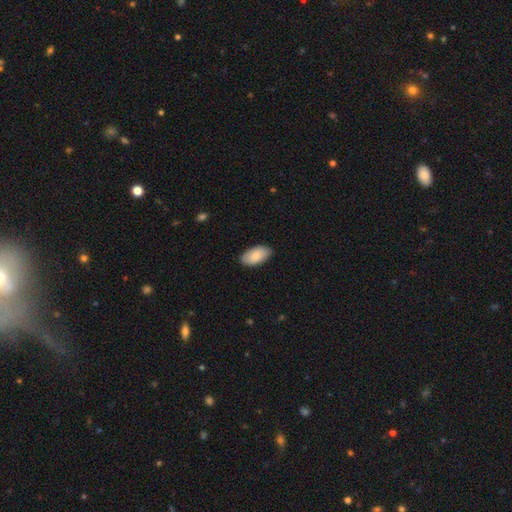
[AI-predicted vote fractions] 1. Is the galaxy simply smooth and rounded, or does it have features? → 84% smooth, 10% featured or disk, 6% star or artifact.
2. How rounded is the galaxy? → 96% in between, 2% round, 2% cigar-shaped.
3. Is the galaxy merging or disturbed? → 86% none, 12% minor disturbance, 2% major disturbance, 1% merger.